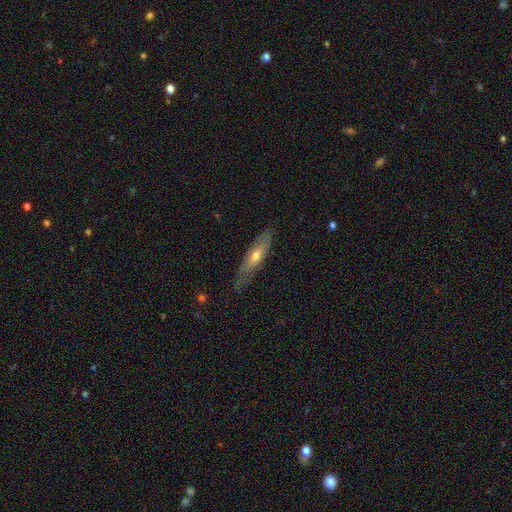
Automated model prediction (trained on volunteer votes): Q: Smooth or featured?
A: featured or disk (57%); runner-up: smooth (36%)
Q: Edge-on disk?
A: yes (70%); runner-up: no (30%)
Q: Merging?
A: none (77%); runner-up: minor disturbance (18%)